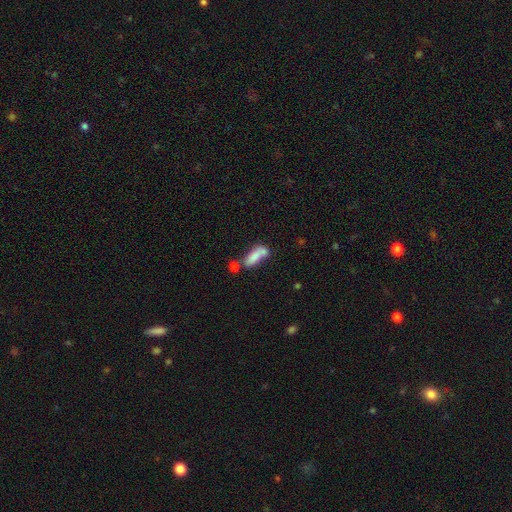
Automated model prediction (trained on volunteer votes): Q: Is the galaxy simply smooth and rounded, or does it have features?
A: smooth — 74%.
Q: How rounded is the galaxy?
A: in between — 63%.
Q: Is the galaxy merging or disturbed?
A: merger — 44%.